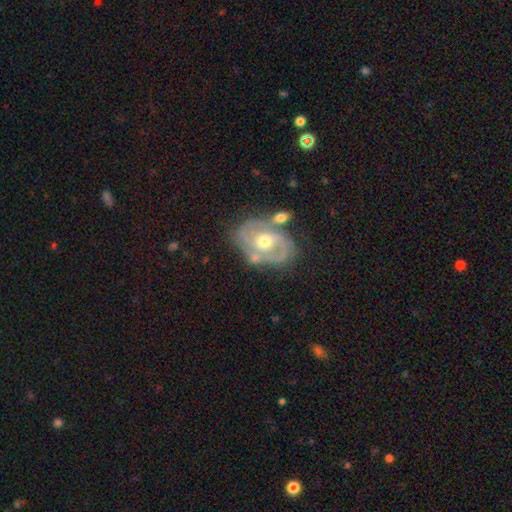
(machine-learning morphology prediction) Smooth or featured: featured or disk — 83% (smooth — 11%)
Edge-on disk: no — 97% (yes — 3%)
Bar: no — 59% (weak — 31%)
Spiral arms: yes — 89% (no — 11%)
Spiral winding: tight — 48% (medium — 41%)
Spiral arm count: 2 — 68% (can't tell — 14%)
Bulge size: moderate — 69% (small — 25%)
Merging: none — 59% (minor disturbance — 20%)